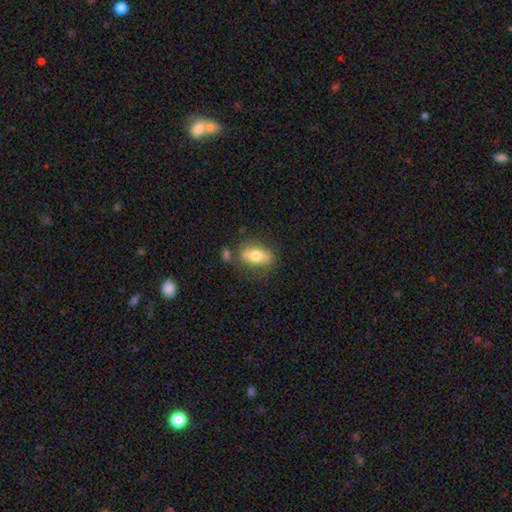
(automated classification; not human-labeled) Smooth or featured: smooth — 63% (featured or disk — 30%)
How rounded: in between — 82% (round — 10%)
Merging: none — 66% (minor disturbance — 18%)